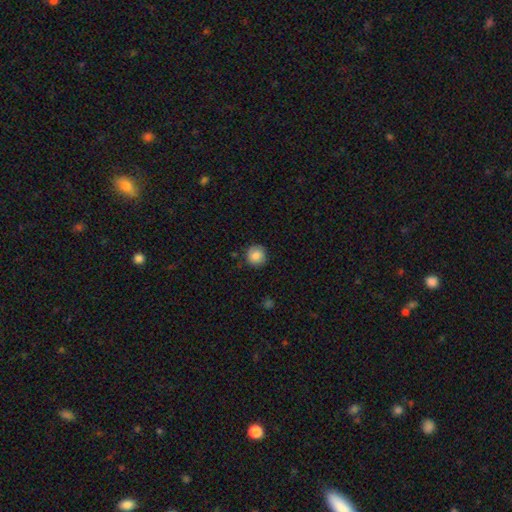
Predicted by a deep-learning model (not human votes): Overall: smooth (85%). How rounded: round (93%). Merging: none (87%).